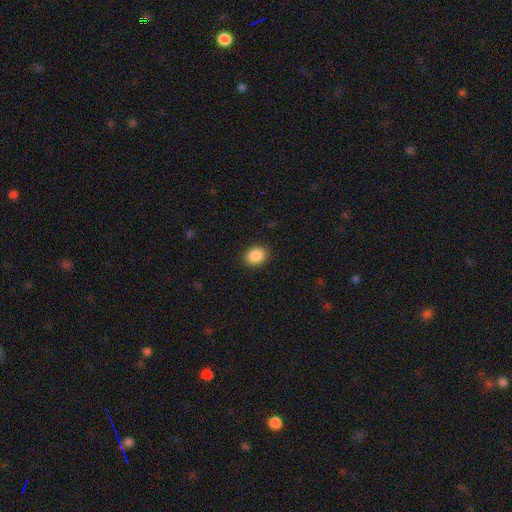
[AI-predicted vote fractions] Smooth or featured: smooth — 88% (star or artifact — 8%)
How rounded: in between — 50% (tied with round — 50%)
Merging: none — 90% (minor disturbance — 7%)